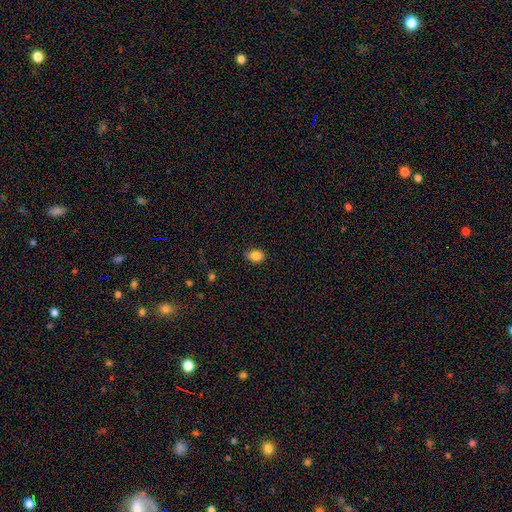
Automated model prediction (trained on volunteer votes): smooth-or-featured: smooth: 85% | star or artifact: 10% | featured or disk: 6%
  how-rounded: in between: 65% | round: 34% | cigar-shaped: 1%
  merging: none: 78% | minor disturbance: 18% | major disturbance: 3% | merger: 1%